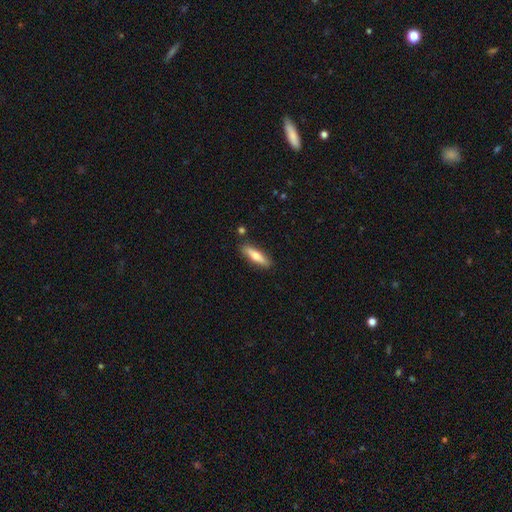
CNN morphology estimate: The model was most divided on "smooth or featured": smooth: 60%, featured or disk: 34%, star or artifact: 6%. More confident: merging — none (86%); how rounded — cigar-shaped (70%).